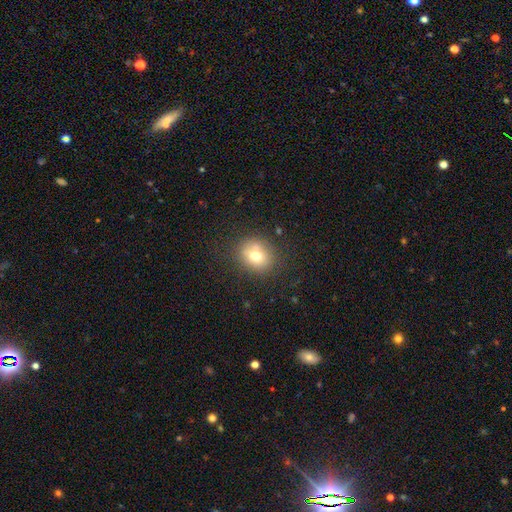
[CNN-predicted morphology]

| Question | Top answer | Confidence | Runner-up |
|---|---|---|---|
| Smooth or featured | smooth | 71% | featured or disk (16%) |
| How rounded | round | 69% | in between (30%) |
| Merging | none | 77% | minor disturbance (13%) |